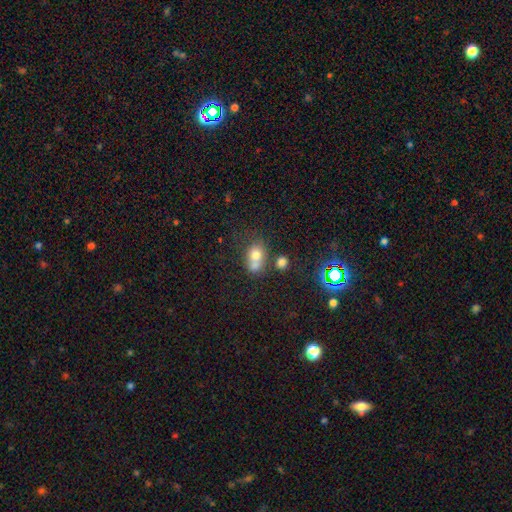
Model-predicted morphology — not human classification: smooth-or-featured: smooth: 70% | featured or disk: 16% | star or artifact: 14%
  how-rounded: round: 51% | in between: 48% | cigar-shaped: 1%
  merging: merger: 52% | none: 31% | minor disturbance: 11% | major disturbance: 6%